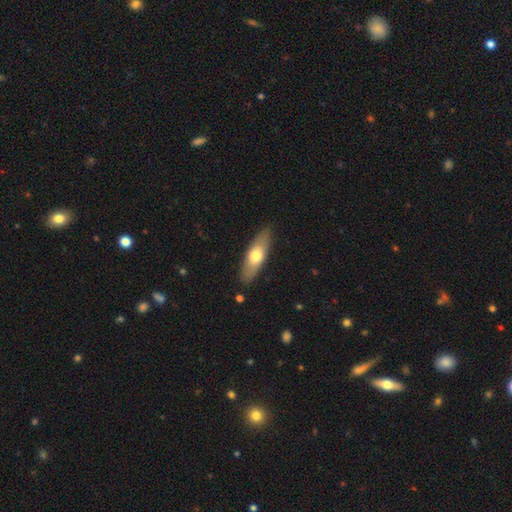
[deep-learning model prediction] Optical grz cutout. It shows a smooth galaxy with no disk features (61%) that is in between round and cigar-shaped (55%). Merging: none (86%).